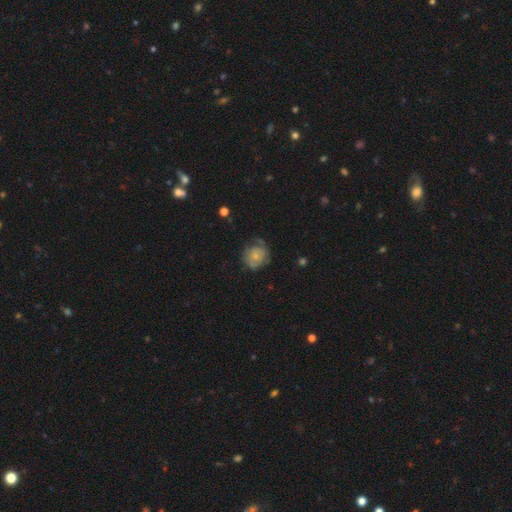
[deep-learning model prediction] Smooth or featured? smooth (57%)
How rounded? round (82%)
Merging? none (55%)